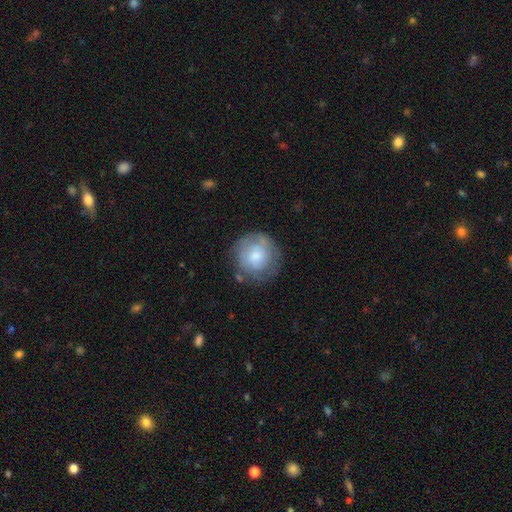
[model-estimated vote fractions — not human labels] A smooth galaxy with no disk features (62%) that is round (92%).

Vote fractions:
- Smooth or featured? smooth: 62% / featured or disk: 31% / star or artifact: 7%
- How rounded? round: 92% / in between: 7% / cigar-shaped: 1%
- Merging? none: 70% / minor disturbance: 19% / major disturbance: 8% / merger: 2%